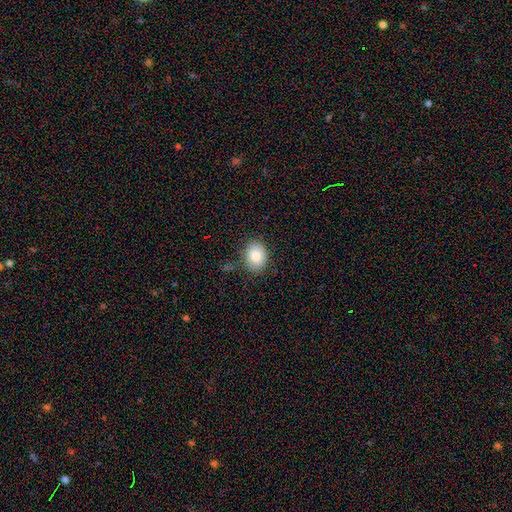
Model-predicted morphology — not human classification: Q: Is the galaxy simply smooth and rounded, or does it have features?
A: smooth — 85%.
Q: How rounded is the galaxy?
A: in between — 66%.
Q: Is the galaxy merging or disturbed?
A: none — 78%.